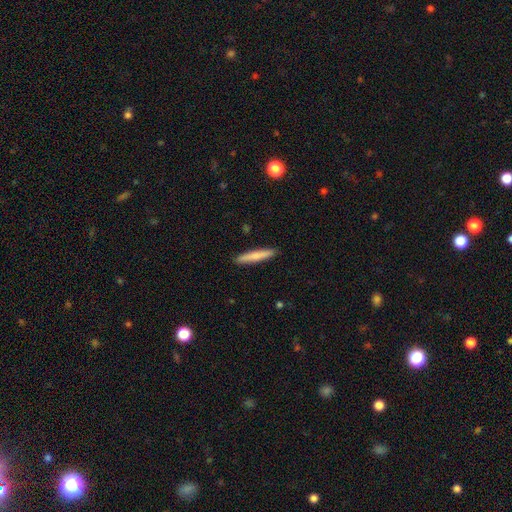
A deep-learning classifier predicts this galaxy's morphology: Q: Smooth or featured?
A: smooth (75%); runner-up: featured or disk (20%)
Q: How rounded?
A: cigar-shaped (93%); runner-up: in between (5%)
Q: Merging?
A: none (91%); runner-up: minor disturbance (6%)